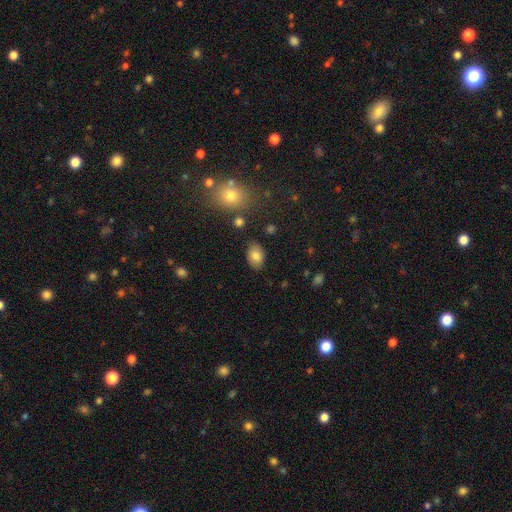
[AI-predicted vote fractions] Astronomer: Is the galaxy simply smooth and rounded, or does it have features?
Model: smooth — 81%.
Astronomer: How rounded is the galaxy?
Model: in between — 86%.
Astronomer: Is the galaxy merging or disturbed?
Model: none — 82%.